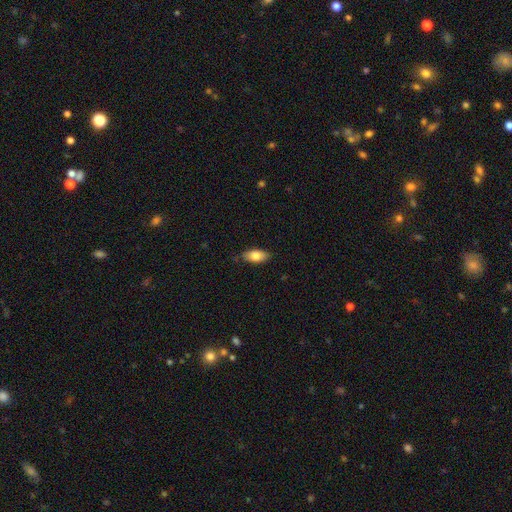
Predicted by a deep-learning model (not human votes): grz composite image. It shows a smooth galaxy with no disk features (79%) that is in between round and cigar-shaped (89%). Merging: none (81%).